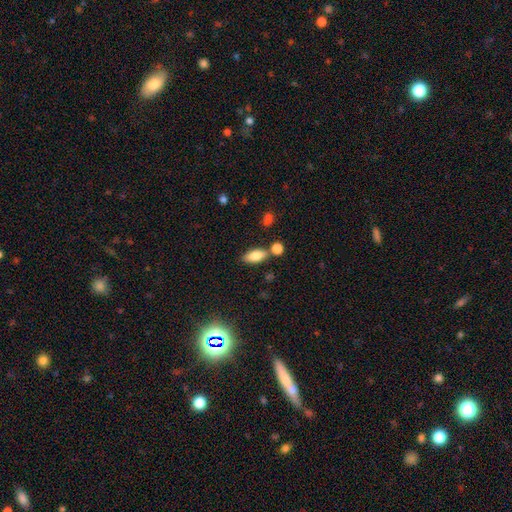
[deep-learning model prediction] smooth 81%, featured or disk 11%, star or artifact 8%. Down the decision tree: how rounded — in between (84%); merging — none (74%).